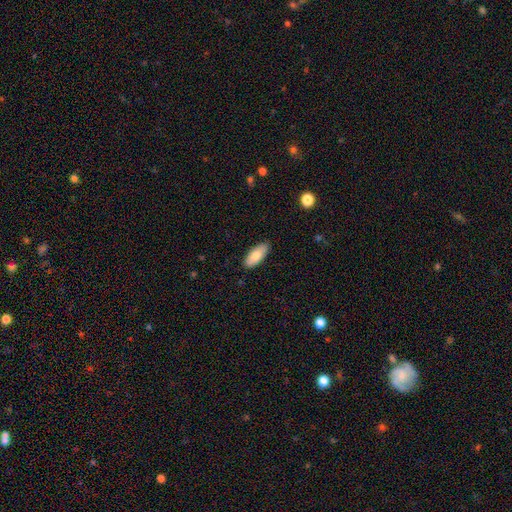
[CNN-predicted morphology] A smooth galaxy with no disk features (80%) that is in between round and cigar-shaped (84%).

Vote fractions:
- Smooth or featured? smooth: 80% / featured or disk: 15% / star or artifact: 6%
- How rounded? in between: 84% / cigar-shaped: 14% / round: 2%
- Merging? none: 86% / minor disturbance: 11% / major disturbance: 2% / merger: 1%